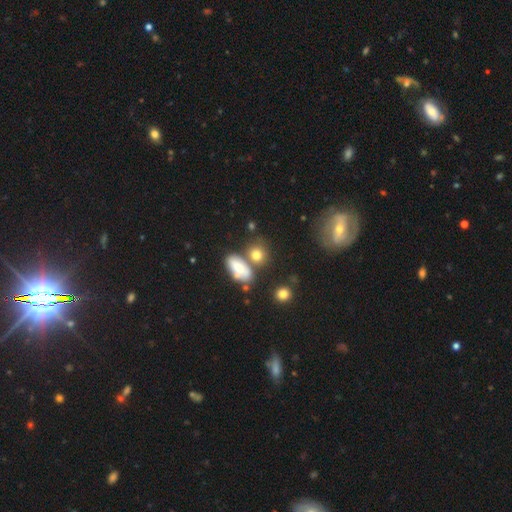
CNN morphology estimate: A smooth galaxy with no disk features (56%) that is in between round and cigar-shaped (69%). Merging: none (52%).